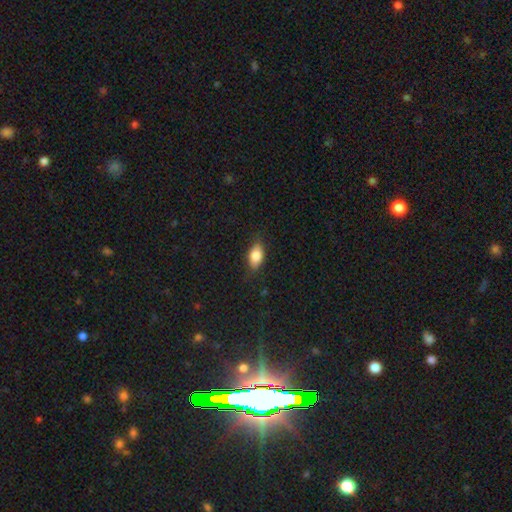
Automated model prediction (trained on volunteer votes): Smooth or featured? Predicted: smooth (p=0.81). How rounded? Predicted: in between (p=0.87). Merging? Predicted: none (p=0.81).